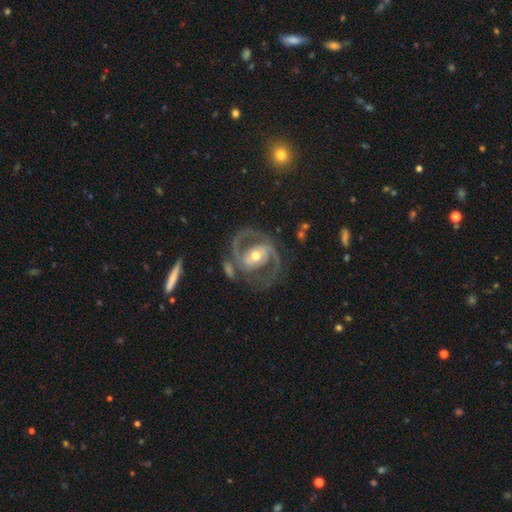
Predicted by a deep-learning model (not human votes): Smooth or featured? Predicted: featured or disk (p=0.88). Edge-on disk? Predicted: no (p=0.96). Bar? Predicted: strong (p=0.44). Spiral arms? Predicted: yes (p=0.92). Spiral winding? Predicted: medium (p=0.53). Spiral arm count? Predicted: 2 (p=0.88). Bulge size? Predicted: moderate (p=0.57). Merging? Predicted: none (p=0.70).